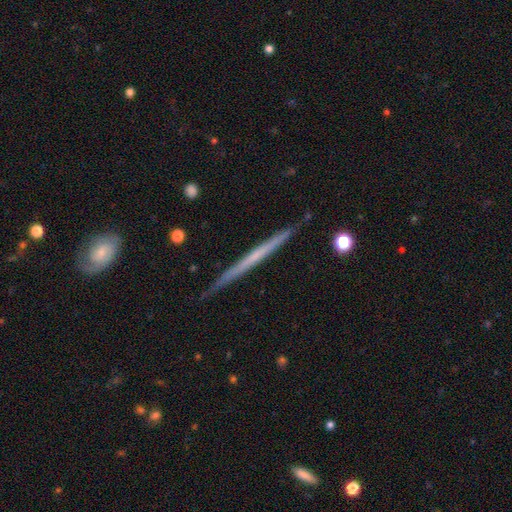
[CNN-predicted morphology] A featured or disk galaxy (60%) viewed edge-on (98%) with no central bulge (89%). Merging: none (89%).